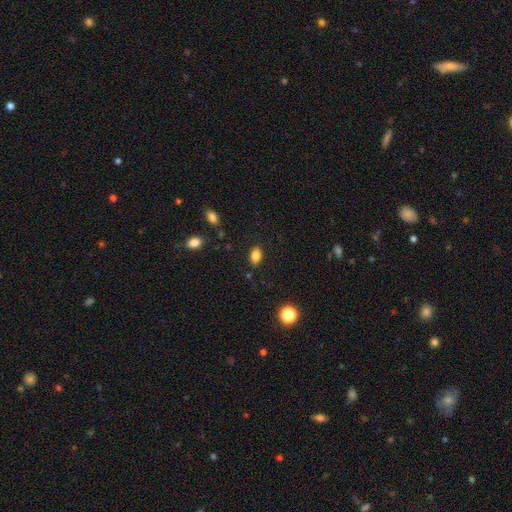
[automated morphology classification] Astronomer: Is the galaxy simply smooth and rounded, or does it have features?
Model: smooth — 83%.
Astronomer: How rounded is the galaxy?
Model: in between — 85%.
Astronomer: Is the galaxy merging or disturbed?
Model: none — 85%.